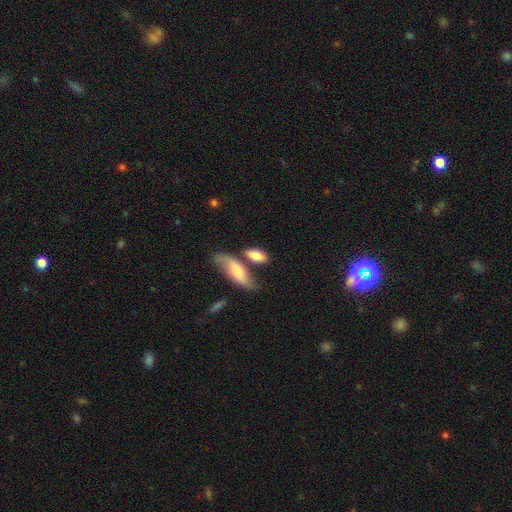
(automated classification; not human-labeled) smooth 75%, featured or disk 19%, star or artifact 6%. Down the decision tree: how rounded — in between (80%); merging — none (47%).